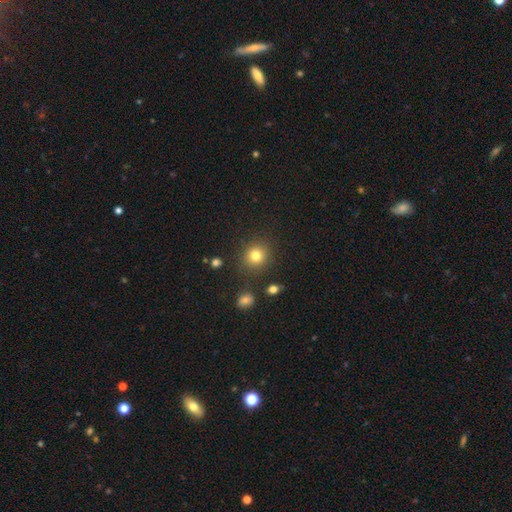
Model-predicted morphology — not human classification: This is clearly a smooth galaxy (80%). How rounded: clearly round (86%). Merging: clearly none (86%).